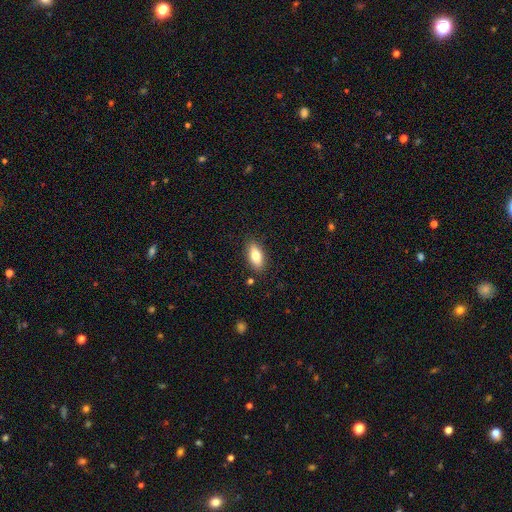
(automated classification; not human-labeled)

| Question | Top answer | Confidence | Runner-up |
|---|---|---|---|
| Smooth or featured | smooth | 77% | featured or disk (16%) |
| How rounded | in between | 81% | cigar-shaped (16%) |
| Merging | none | 86% | minor disturbance (10%) |